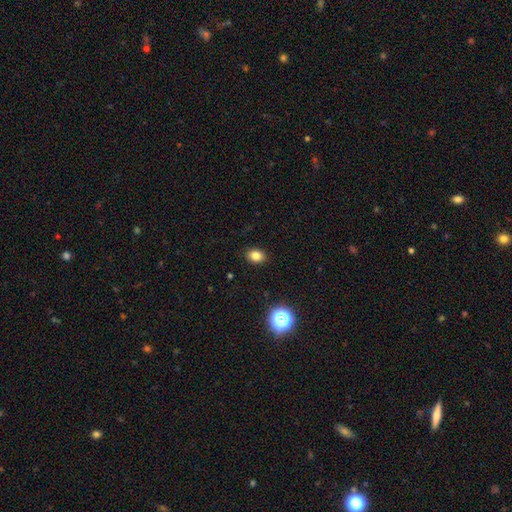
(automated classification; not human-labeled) Overall: smooth (81%). How rounded: in between (57%; round 42%). Merging: none (90%).